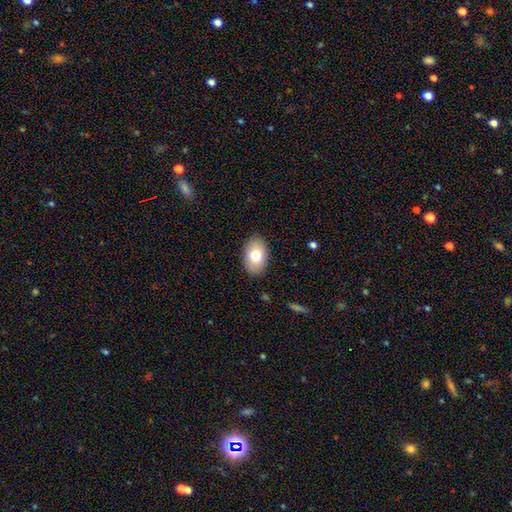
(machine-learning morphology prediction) Q: Smooth or featured?
A: smooth (76%); runner-up: featured or disk (17%)
Q: How rounded?
A: in between (89%); runner-up: round (9%)
Q: Merging?
A: none (88%); runner-up: minor disturbance (9%)